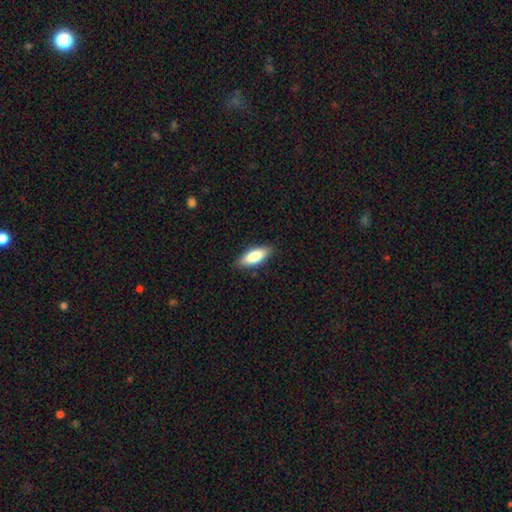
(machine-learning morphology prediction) type=smooth (81%); roundness=in between (75%); merging=none (86%).